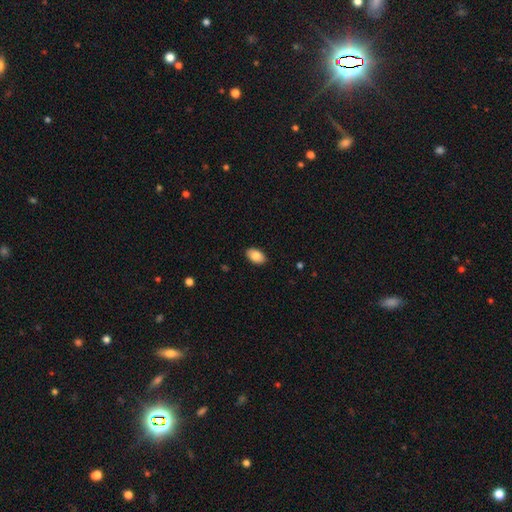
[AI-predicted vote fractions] A smooth galaxy with no disk features (84%) that is in between round and cigar-shaped (93%).

Vote fractions:
- Smooth or featured? smooth: 84% / featured or disk: 10% / star or artifact: 7%
- How rounded? in between: 93% / round: 6% / cigar-shaped: 1%
- Merging? none: 89% / minor disturbance: 8% / major disturbance: 2% / merger: 1%